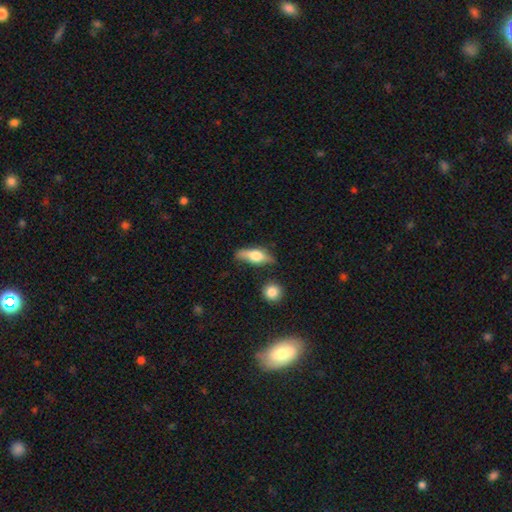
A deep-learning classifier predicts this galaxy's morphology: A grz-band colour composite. It shows a featured or disk galaxy (47%). Merging: none (68%).